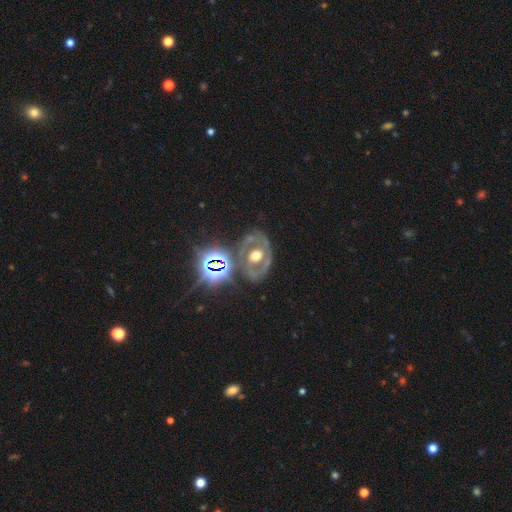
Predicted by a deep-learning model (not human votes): featured or disk 66%, smooth 18%, star or artifact 16%. Down the decision tree: edge-on disk — no (94%); bar — no (72%); spiral arms — no (57%); bulge size — moderate (64%); merging — none (65%).